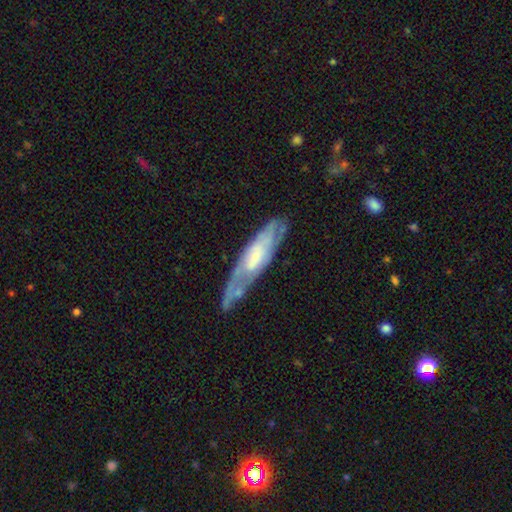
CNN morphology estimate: featured or disk 67%, smooth 27%, star or artifact 6%. Down the decision tree: edge-on disk — no (63%); merging — none (57%).